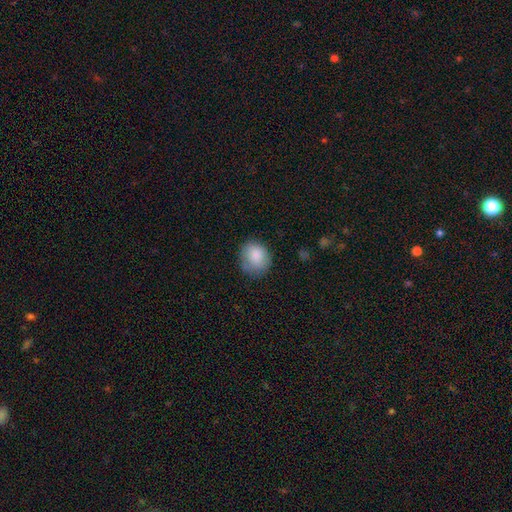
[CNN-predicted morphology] Smooth or featured?
  - smooth: 86% *
  - star or artifact: 7%
  - featured or disk: 7%
How rounded?
  - round: 69% *
  - in between: 30%
  - cigar-shaped: 1%
Merging?
  - none: 73% *
  - minor disturbance: 20%
  - major disturbance: 5%
  - merger: 2%